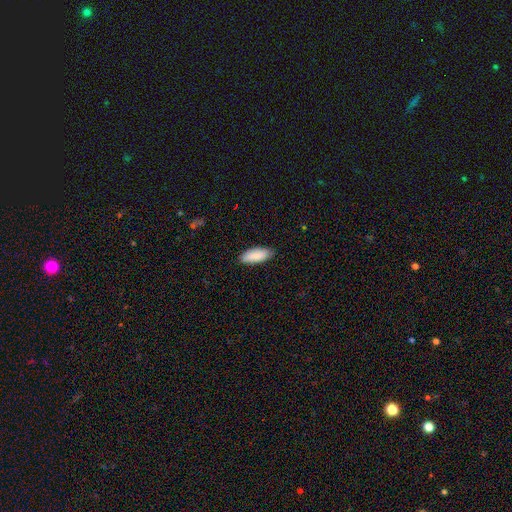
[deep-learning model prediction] Smooth or featured? Predicted: smooth (p=0.88). How rounded? Predicted: in between (p=0.77). Merging? Predicted: none (p=0.85).